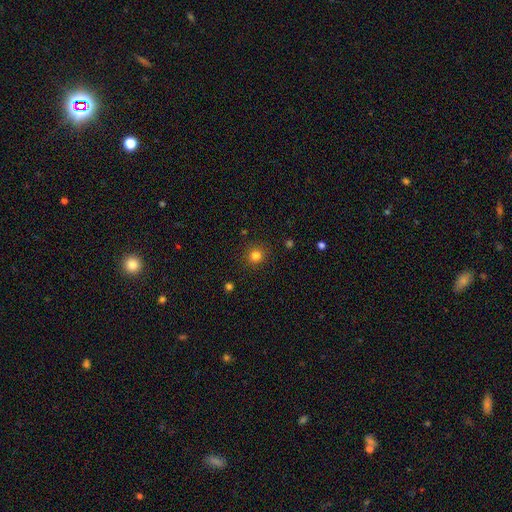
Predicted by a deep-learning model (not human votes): This appears to be a smooth galaxy with no disk features (82%) that is round (91%). Merging: none (89%).